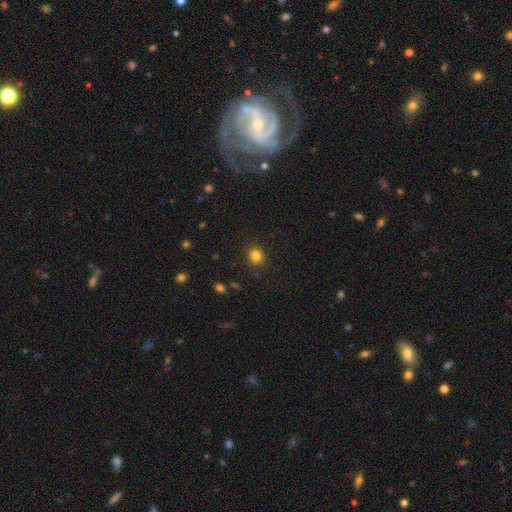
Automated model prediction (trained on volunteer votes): Overall: smooth (84%). How rounded: round (82%). Merging: none (88%).